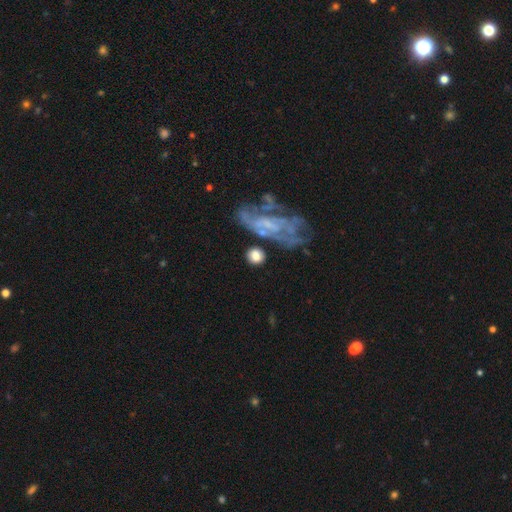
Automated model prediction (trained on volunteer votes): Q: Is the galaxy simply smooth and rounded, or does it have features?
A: smooth — 70%.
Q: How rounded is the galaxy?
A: round — 74%.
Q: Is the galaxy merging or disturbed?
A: none — 65%.